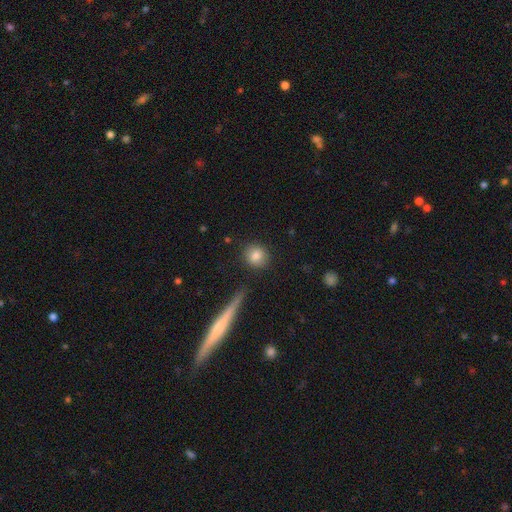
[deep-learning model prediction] Q: Smooth or featured?
A: smooth (84%); runner-up: star or artifact (8%)
Q: How rounded?
A: round (87%); runner-up: in between (11%)
Q: Merging?
A: none (88%); runner-up: minor disturbance (7%)